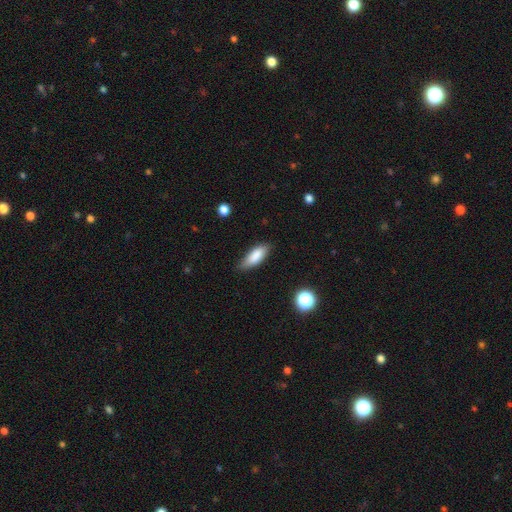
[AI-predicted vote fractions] Smooth or featured: smooth — 84% (featured or disk — 9%)
How rounded: in between — 70% (cigar-shaped — 28%)
Merging: none — 77% (minor disturbance — 19%)